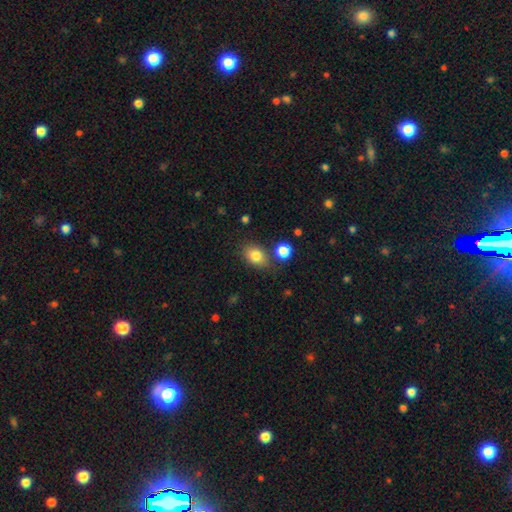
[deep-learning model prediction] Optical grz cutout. It shows a smooth galaxy with no disk features (82%) that is in between round and cigar-shaped (73%). Merging: none (74%).